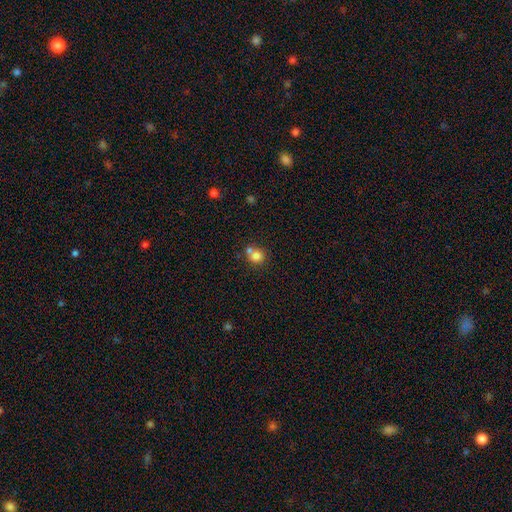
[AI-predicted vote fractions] Smooth or featured? Predicted: smooth (p=0.79). How rounded? Predicted: round (p=0.84). Merging? Predicted: none (p=0.49).